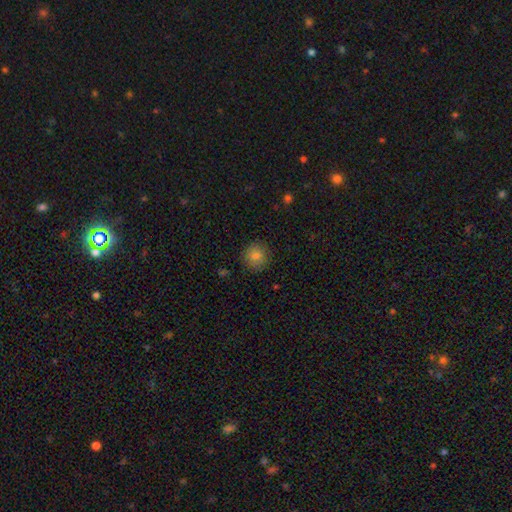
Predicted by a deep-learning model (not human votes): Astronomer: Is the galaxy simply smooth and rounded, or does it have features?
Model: smooth — 81%.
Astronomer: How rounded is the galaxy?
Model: round — 91%.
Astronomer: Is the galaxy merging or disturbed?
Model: none — 87%.